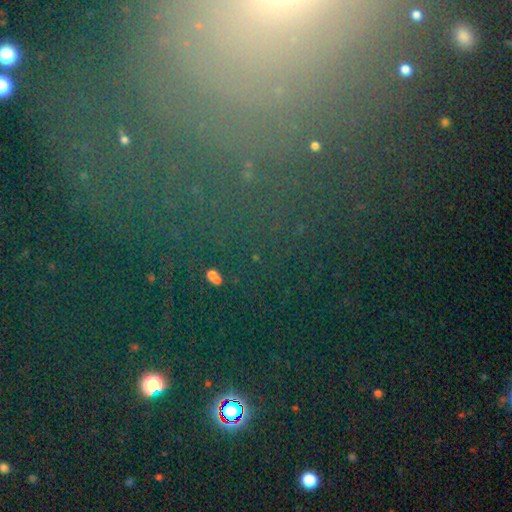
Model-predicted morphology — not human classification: smooth_or_featured: star or artifact (p=0.69) [alt: smooth p=0.19]